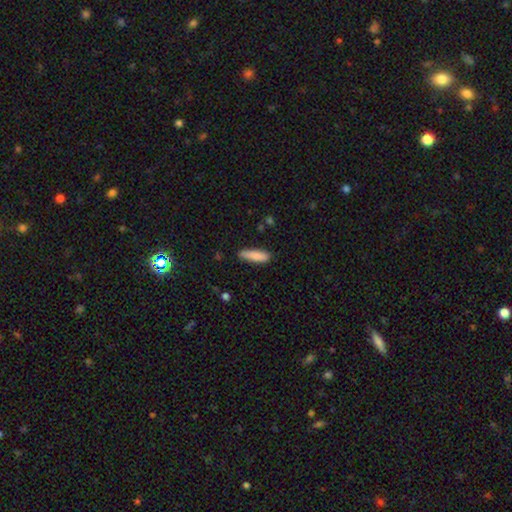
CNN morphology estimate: A smooth galaxy with no disk features (84%) that is cigar-shaped (66%).

Vote fractions:
- Smooth or featured? smooth: 84% / featured or disk: 10% / star or artifact: 6%
- How rounded? cigar-shaped: 66% / in between: 32% / round: 2%
- Merging? none: 79% / minor disturbance: 16% / major disturbance: 3% / merger: 2%